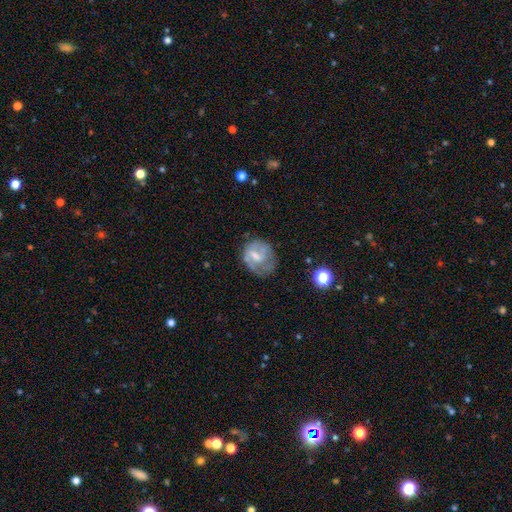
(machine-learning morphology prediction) featured or disk 56%, smooth 36%, star or artifact 9%. Down the decision tree: edge-on disk — no (97%); bar — weak (52%); spiral arms — yes (61%); bulge size — moderate (37%); merging — none (47%).